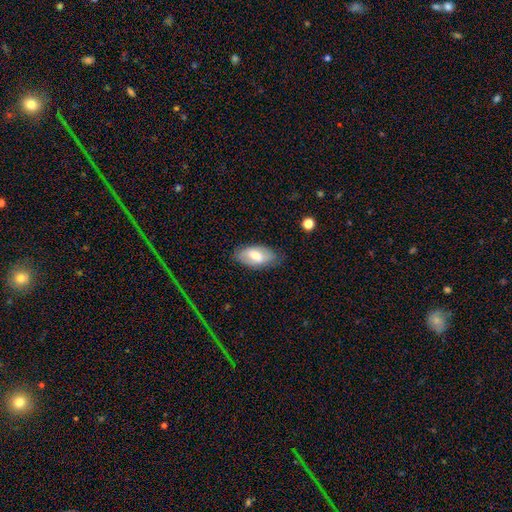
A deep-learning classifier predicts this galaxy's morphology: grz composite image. It shows a smooth galaxy with no disk features (66%) that is in between round and cigar-shaped (93%). Merging: none (73%).